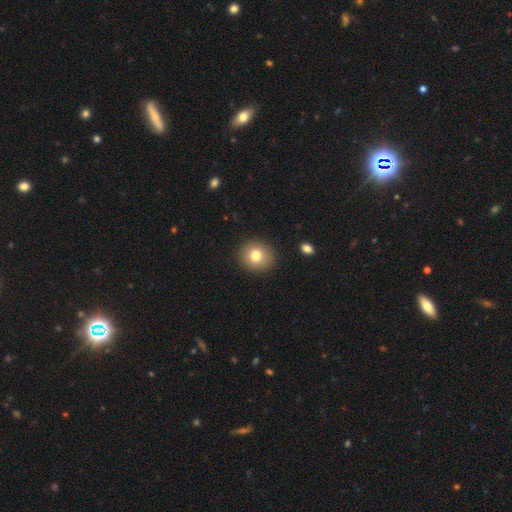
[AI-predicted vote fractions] This appears to be a smooth galaxy with no disk features (78%) that is round (86%). Merging: none (90%).